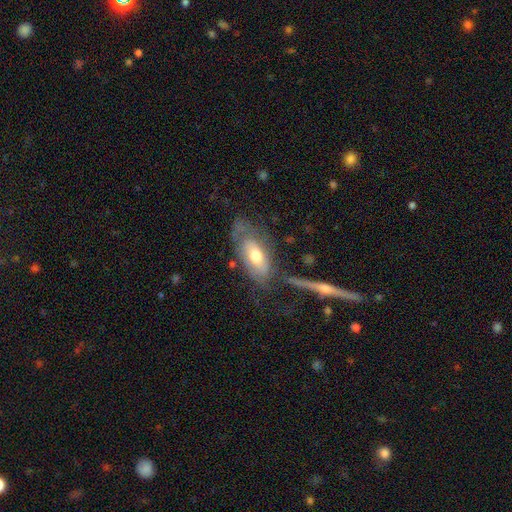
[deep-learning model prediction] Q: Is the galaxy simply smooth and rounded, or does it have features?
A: smooth — 47%.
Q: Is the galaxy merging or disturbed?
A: none — 49%.